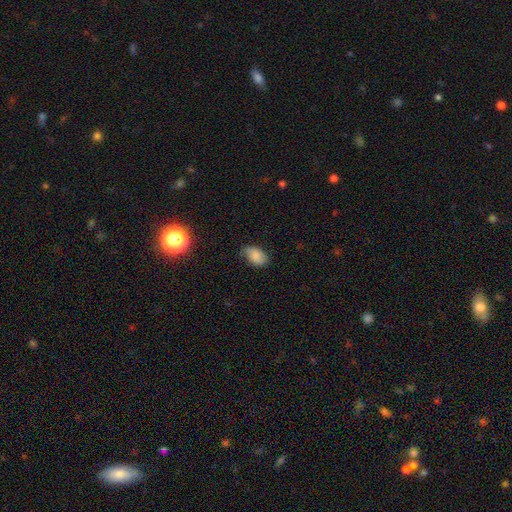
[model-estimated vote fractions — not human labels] smooth 81%, star or artifact 10%, featured or disk 10%. Down the decision tree: how rounded — in between (89%); merging — none (61%).